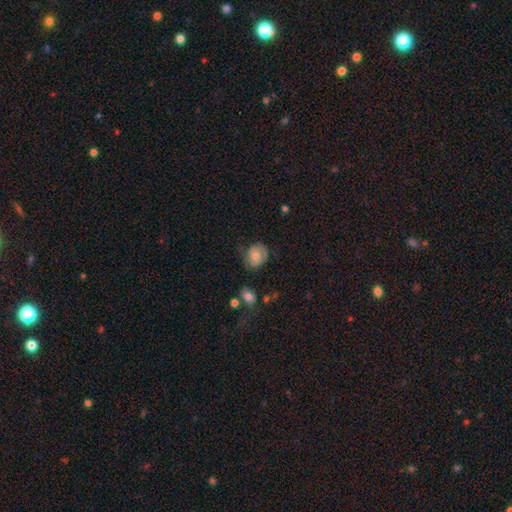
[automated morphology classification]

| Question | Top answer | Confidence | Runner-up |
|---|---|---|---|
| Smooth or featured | smooth | 60% | featured or disk (32%) |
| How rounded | round | 58% | in between (41%) |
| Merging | none | 49% | minor disturbance (31%) |